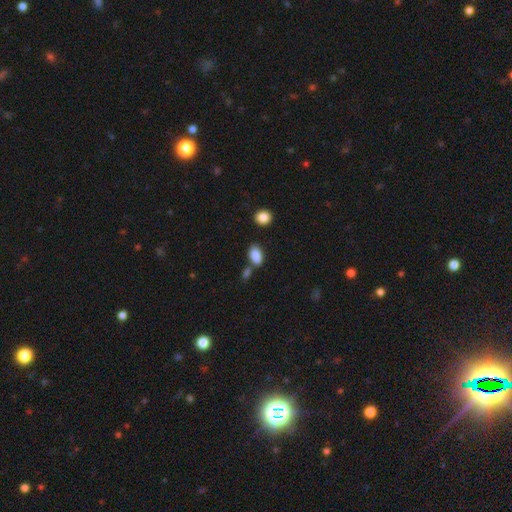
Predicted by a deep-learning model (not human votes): Q: Smooth or featured?
A: smooth (87%); runner-up: star or artifact (8%)
Q: How rounded?
A: in between (90%); runner-up: round (8%)
Q: Merging?
A: none (62%); runner-up: merger (20%)